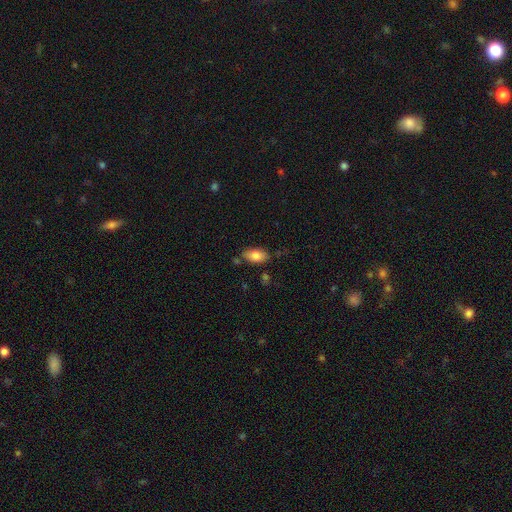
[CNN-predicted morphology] Smooth or featured?
  - smooth: 82% *
  - featured or disk: 10%
  - star or artifact: 7%
How rounded?
  - in between: 92% *
  - round: 4%
  - cigar-shaped: 3%
Merging?
  - none: 76% *
  - minor disturbance: 15%
  - merger: 5%
  - major disturbance: 3%